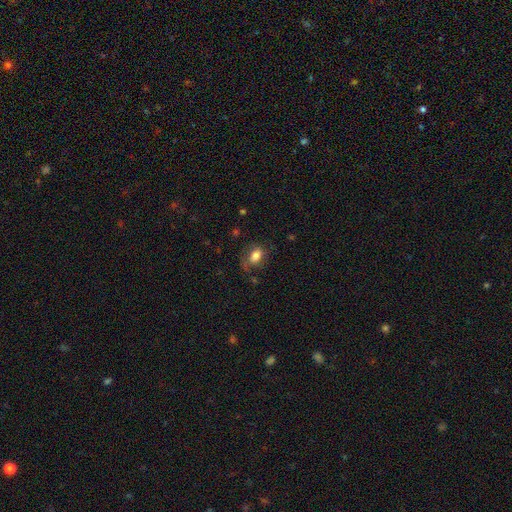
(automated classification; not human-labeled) smooth_or_featured: smooth (p=0.68) [alt: featured or disk p=0.23]
how_rounded: in between (p=0.75) [alt: round p=0.23]
merging: none (p=0.56) [alt: minor disturbance p=0.22]